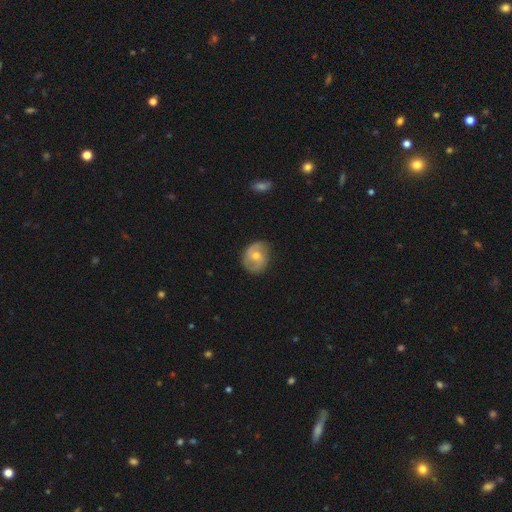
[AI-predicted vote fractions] Smooth or featured? Predicted: featured or disk (p=0.66). Edge-on disk? Predicted: no (p=0.97). Bar? Predicted: no (p=0.54). Spiral arms? Predicted: yes (p=0.84). Spiral winding? Predicted: medium (p=0.44). Spiral arm count? Predicted: 2 (p=0.82). Bulge size? Predicted: moderate (p=0.63). Merging? Predicted: none (p=0.77).